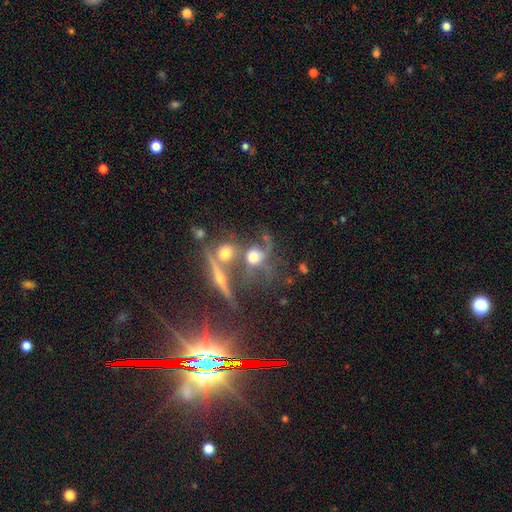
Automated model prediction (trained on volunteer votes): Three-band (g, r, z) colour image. It shows a featured or disk galaxy (49%). Merging: merger (44%).